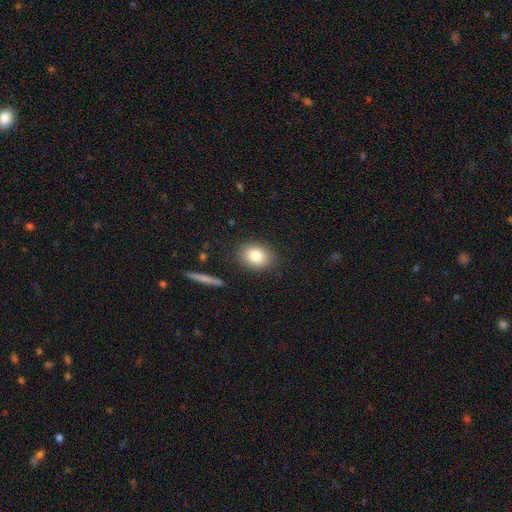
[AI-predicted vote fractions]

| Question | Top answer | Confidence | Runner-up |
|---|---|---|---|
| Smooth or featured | smooth | 81% | featured or disk (10%) |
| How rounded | in between | 62% | round (37%) |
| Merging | none | 86% | minor disturbance (10%) |